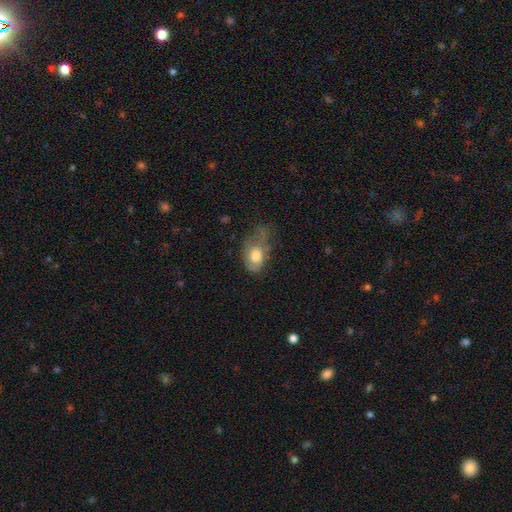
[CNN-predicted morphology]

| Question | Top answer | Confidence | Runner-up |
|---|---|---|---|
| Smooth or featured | smooth | 64% | featured or disk (29%) |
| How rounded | in between | 86% | round (12%) |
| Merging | major disturbance | 38% | minor disturbance (34%) |